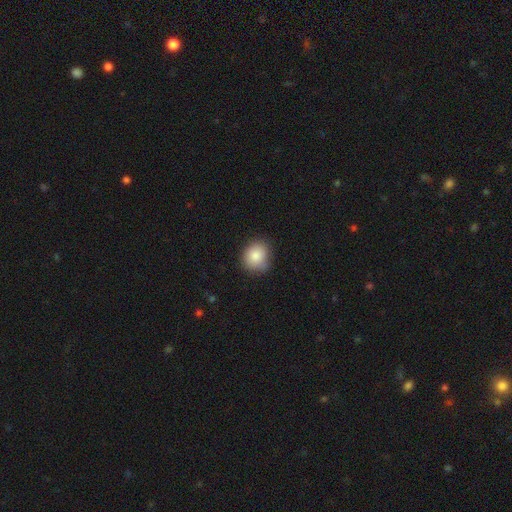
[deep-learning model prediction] Smooth or featured? Predicted: smooth (p=0.85). How rounded? Predicted: round (p=0.72). Merging? Predicted: none (p=0.78).